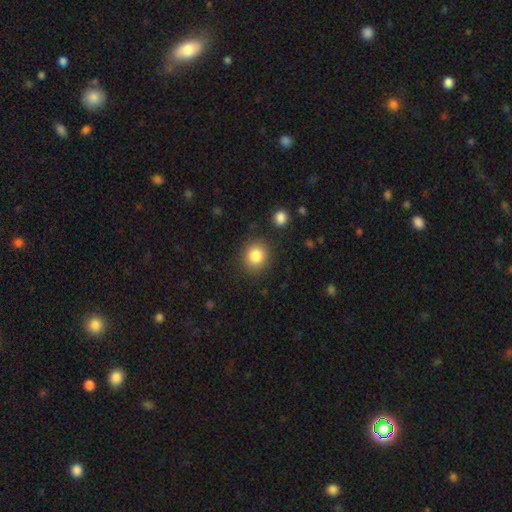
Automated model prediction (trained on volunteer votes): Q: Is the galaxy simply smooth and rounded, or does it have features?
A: smooth — 84%.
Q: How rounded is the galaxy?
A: round — 81%.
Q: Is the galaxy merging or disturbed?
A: none — 86%.